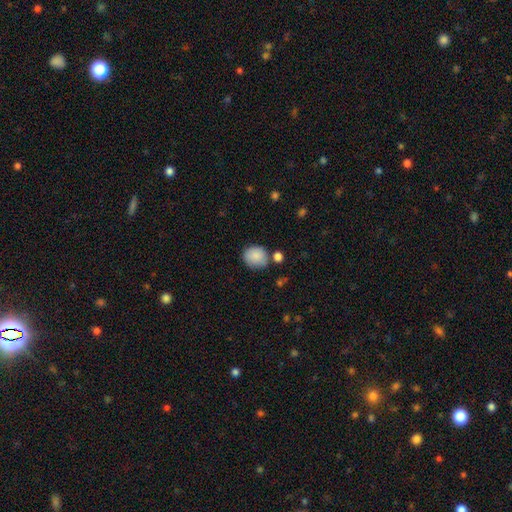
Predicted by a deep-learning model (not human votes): The model was most divided on "how rounded": round: 73%, in between: 26%, cigar-shaped: 1%. More confident: smooth or featured — smooth (86%); merging — none (70%).